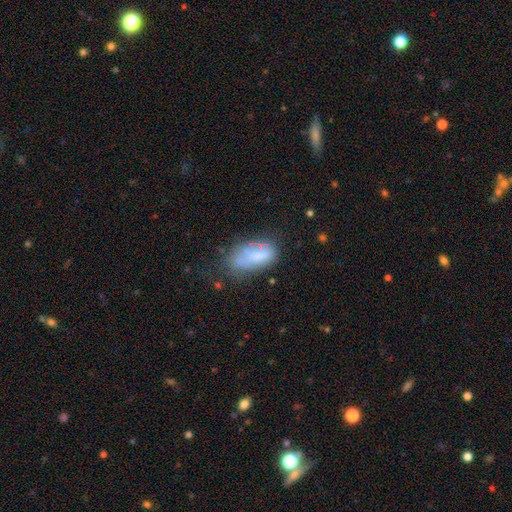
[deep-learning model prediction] Morphology: type=smooth (62%); roundness=in between (90%); merging=none (40%).